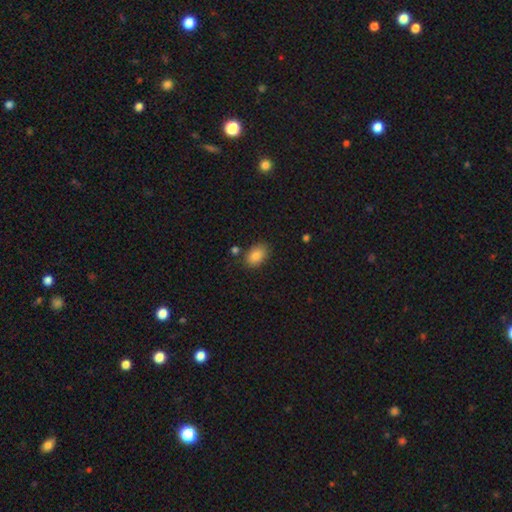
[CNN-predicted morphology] This is clearly a smooth galaxy (86%). How rounded: clearly in between (86%). Merging: likely none (79%).